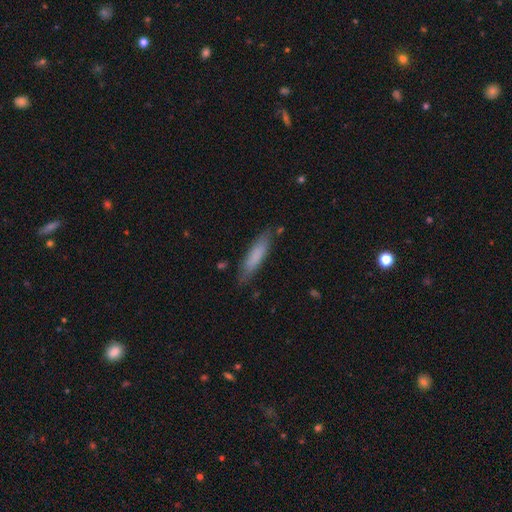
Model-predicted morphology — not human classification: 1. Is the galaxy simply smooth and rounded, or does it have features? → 77% smooth, 17% featured or disk, 6% star or artifact.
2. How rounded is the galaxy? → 77% cigar-shaped, 22% in between, 1% round.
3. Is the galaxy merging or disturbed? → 80% none, 15% minor disturbance, 3% major disturbance, 2% merger.